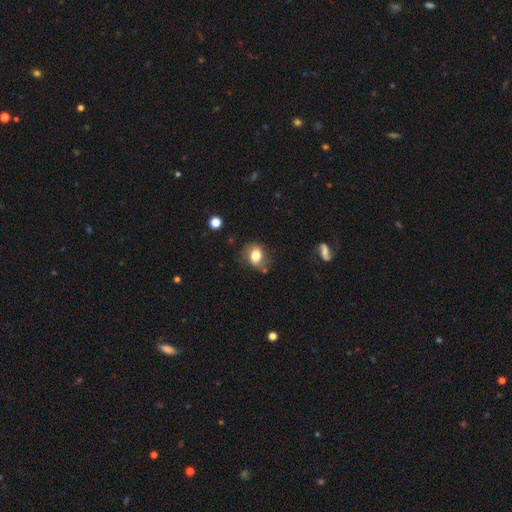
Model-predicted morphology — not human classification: A smooth galaxy with no disk features (73%) that is in between round and cigar-shaped (56%).

Vote fractions:
- Smooth or featured? smooth: 73% / featured or disk: 18% / star or artifact: 9%
- How rounded? in between: 56% / round: 43% / cigar-shaped: 1%
- Merging? none: 66% / minor disturbance: 23% / major disturbance: 8% / merger: 3%